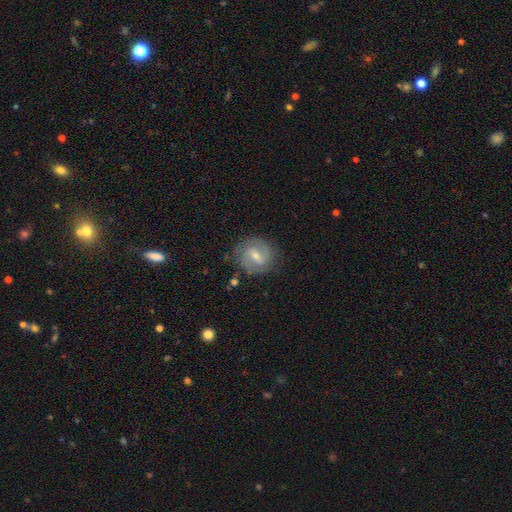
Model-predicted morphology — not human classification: type=featured or disk (74%); edge-on=no (97%); bar=weak (57%); spiral arms=yes (91%); winding=medium (44%); arm count=2 (83%); bulge=moderate (47%); merging=none (83%).